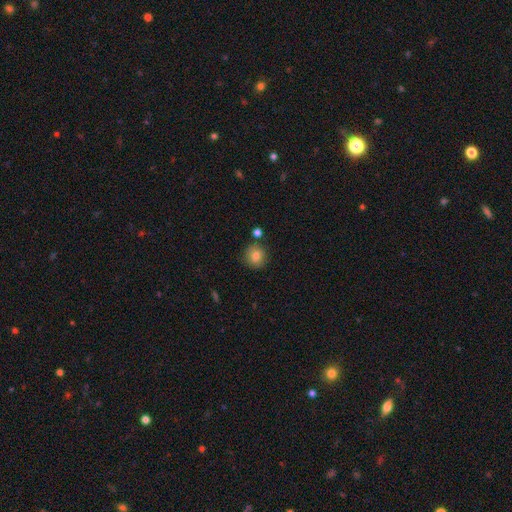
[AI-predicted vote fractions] Smooth or featured: smooth — 82% (star or artifact — 10%)
How rounded: round — 85% (in between — 14%)
Merging: none — 82% (minor disturbance — 9%)